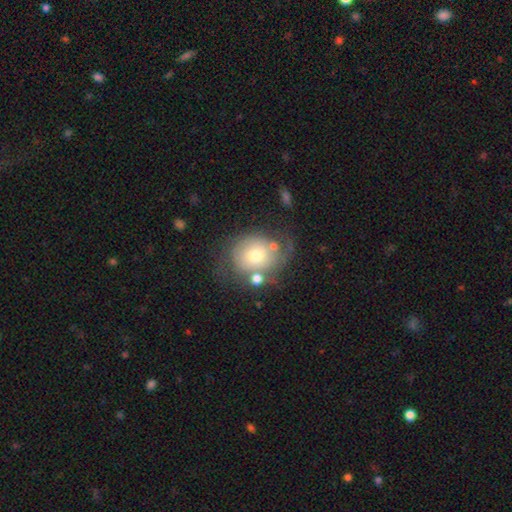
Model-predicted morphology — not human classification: smooth_or_featured: featured or disk (p=0.51) [alt: smooth p=0.41]
disk_edge_on: no (p=0.97) [alt: yes p=0.03]
merging: none (p=0.46) [alt: minor disturbance p=0.22]